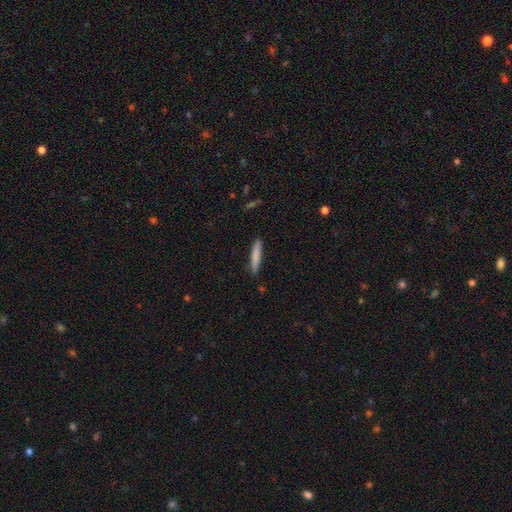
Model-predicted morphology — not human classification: type=smooth (81%); roundness=cigar-shaped (92%); merging=none (88%).